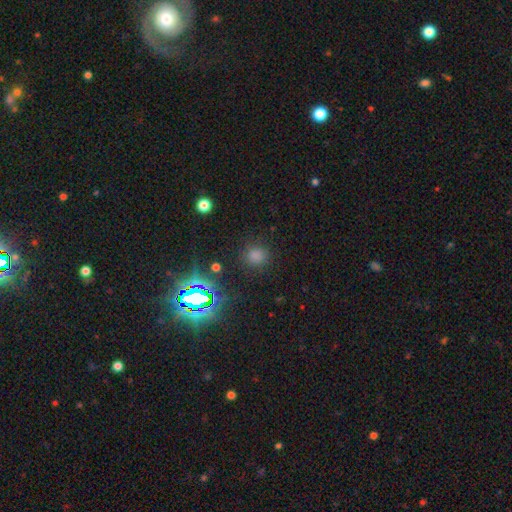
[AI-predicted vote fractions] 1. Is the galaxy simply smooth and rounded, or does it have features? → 70% smooth, 24% star or artifact, 5% featured or disk.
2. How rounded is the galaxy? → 86% round, 13% in between, 1% cigar-shaped.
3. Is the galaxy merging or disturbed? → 85% none, 9% minor disturbance, 4% major disturbance, 2% merger.